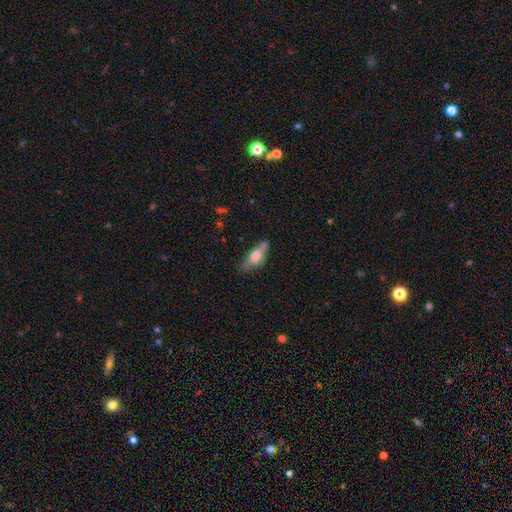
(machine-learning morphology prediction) type=smooth (57%); roundness=in between (65%); merging=none (55%).